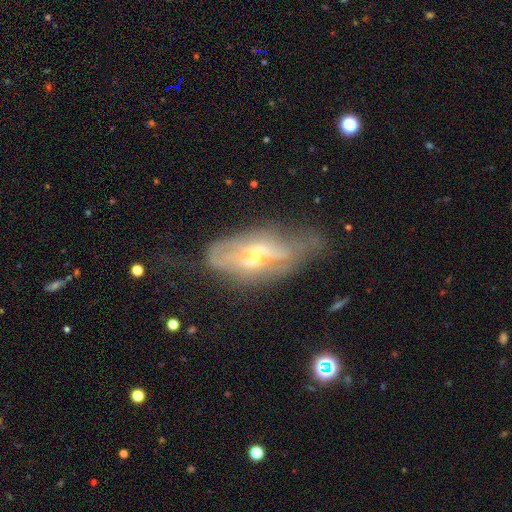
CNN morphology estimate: Overall: featured or disk (67%). Edge-on disk: no (72%). Merging: none (42%; minor disturbance 30%).